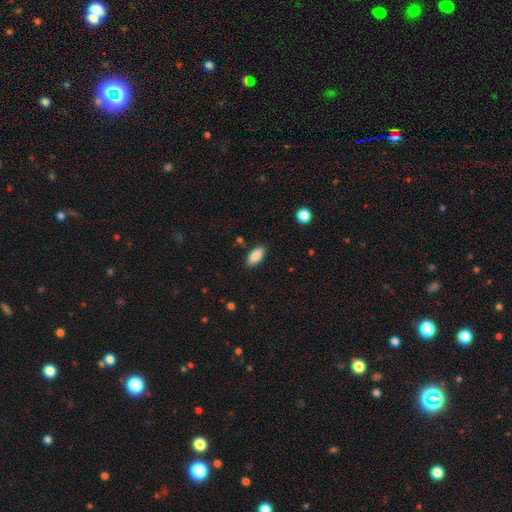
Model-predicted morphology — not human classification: smooth_or_featured: smooth (p=0.88) [alt: star or artifact p=0.07]
how_rounded: in between (p=0.90) [alt: cigar-shaped p=0.08]
merging: none (p=0.87) [alt: minor disturbance p=0.09]